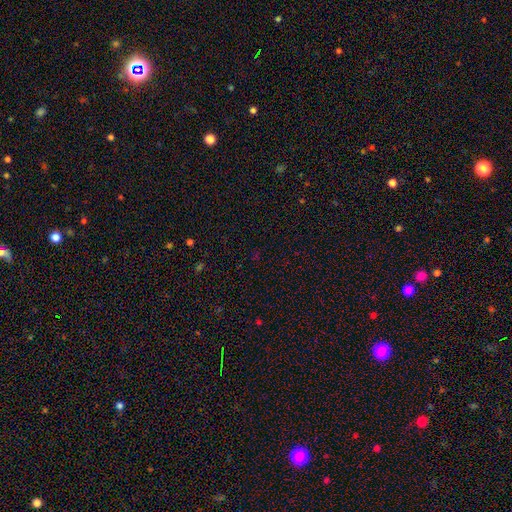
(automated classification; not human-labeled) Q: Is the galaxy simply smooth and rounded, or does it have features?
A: star or artifact — 66%.